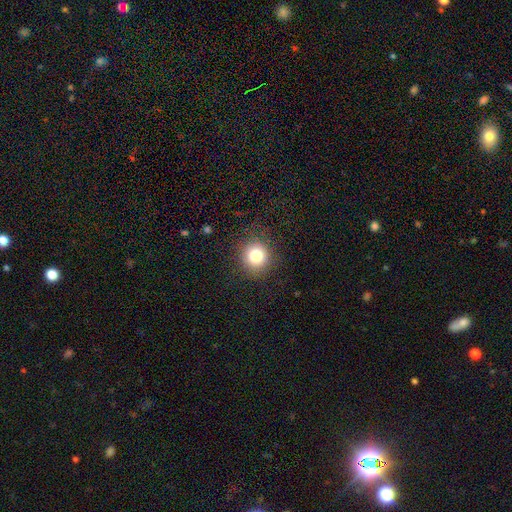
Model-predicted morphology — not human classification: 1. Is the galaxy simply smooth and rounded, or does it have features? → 82% smooth, 11% star or artifact, 7% featured or disk.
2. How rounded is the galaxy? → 92% round, 7% in between, 1% cigar-shaped.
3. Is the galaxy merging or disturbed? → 88% none, 8% minor disturbance, 3% major disturbance, 1% merger.